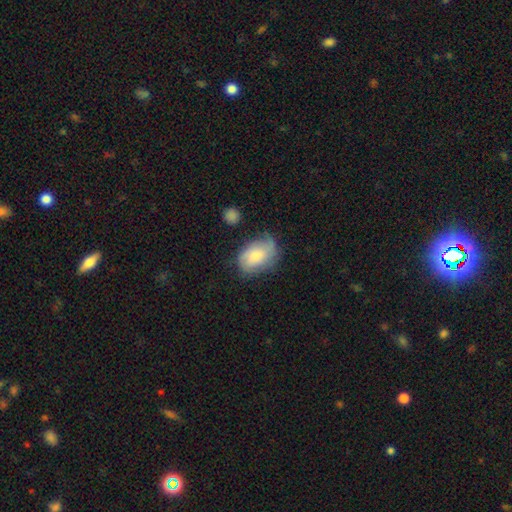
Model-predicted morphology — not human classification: smooth-or-featured: smooth: 52% | featured or disk: 41% | star or artifact: 7%
  how-rounded: in between: 81% | round: 18% | cigar-shaped: 1%
  merging: none: 55% | minor disturbance: 30% | major disturbance: 11% | merger: 3%